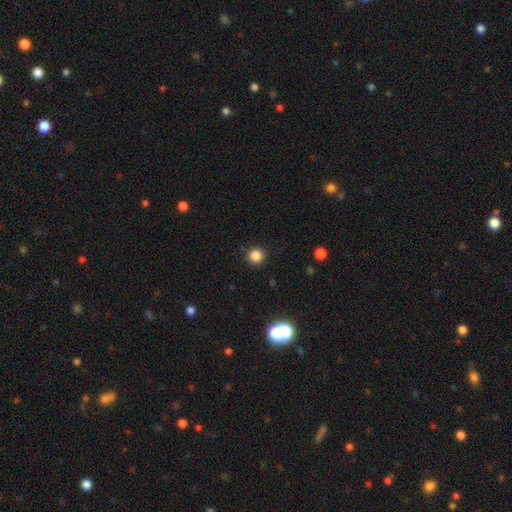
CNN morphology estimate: Smooth or featured?
  - smooth: 84% *
  - star or artifact: 13%
  - featured or disk: 3%
How rounded?
  - round: 95% *
  - in between: 4%
  - cigar-shaped: 1%
Merging?
  - none: 91% *
  - minor disturbance: 6%
  - major disturbance: 2%
  - merger: 1%